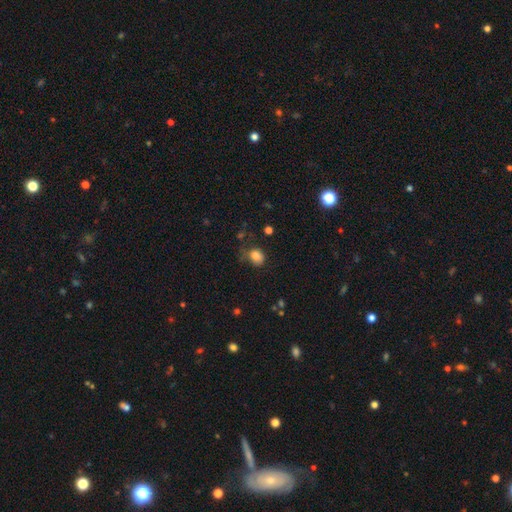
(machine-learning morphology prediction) Smooth or featured?
  - smooth: 81% *
  - star or artifact: 10%
  - featured or disk: 8%
How rounded?
  - round: 51% *
  - in between: 48%
  - cigar-shaped: 1%
Merging?
  - none: 52% *
  - minor disturbance: 29%
  - major disturbance: 16%
  - merger: 3%